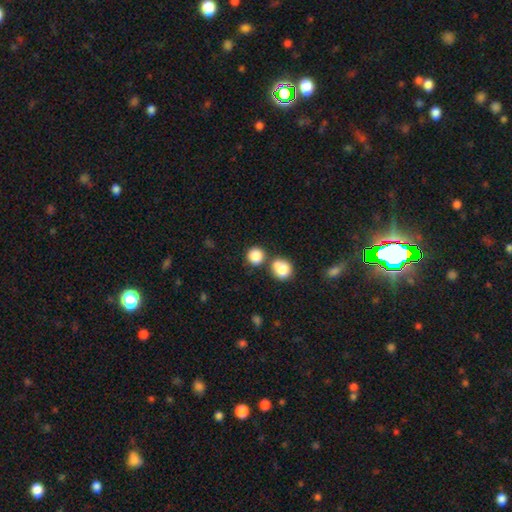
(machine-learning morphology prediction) smooth-or-featured: smooth: 85% | star or artifact: 10% | featured or disk: 5%
  how-rounded: round: 88% | in between: 11% | cigar-shaped: 1%
  merging: none: 63% | merger: 25% | minor disturbance: 8% | major disturbance: 3%